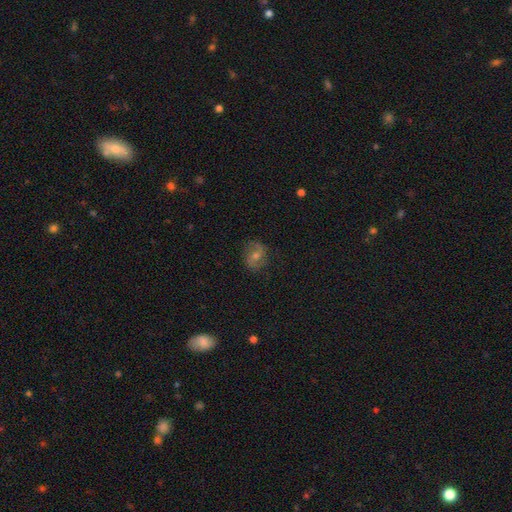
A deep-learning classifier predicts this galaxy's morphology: Smooth or featured? Predicted: featured or disk (p=0.60). Edge-on disk? Predicted: no (p=0.96). Bar? Predicted: no (p=0.44). Spiral arms? Predicted: yes (p=0.85). Bulge size? Predicted: moderate (p=0.56). Merging? Predicted: none (p=0.79).